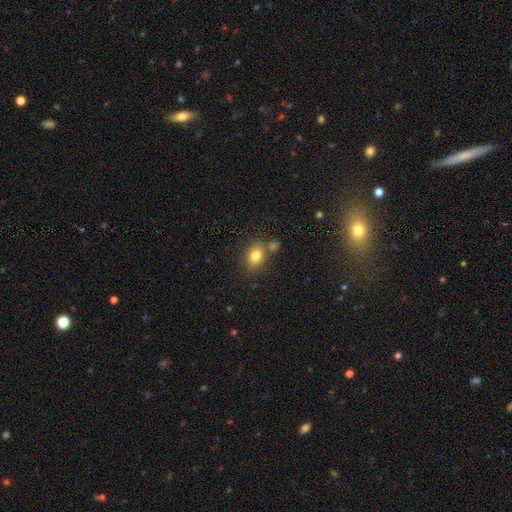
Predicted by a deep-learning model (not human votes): smooth-or-featured: smooth: 80% | star or artifact: 11% | featured or disk: 9%
  how-rounded: in between: 53% | round: 46% | cigar-shaped: 1%
  merging: none: 68% | merger: 16% | minor disturbance: 12% | major disturbance: 4%